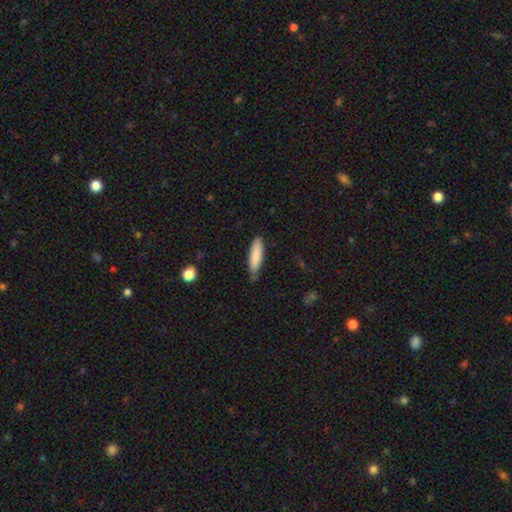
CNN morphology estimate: Smooth or featured: smooth — 85% (featured or disk — 9%)
How rounded: cigar-shaped — 63% (in between — 36%)
Merging: none — 69% (minor disturbance — 25%)